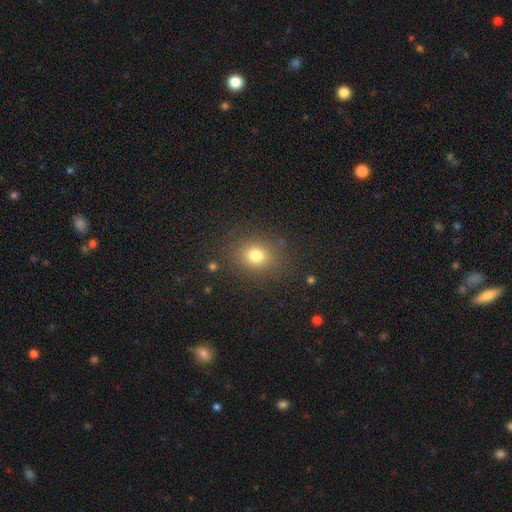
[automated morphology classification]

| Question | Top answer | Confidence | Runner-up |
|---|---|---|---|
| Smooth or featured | smooth | 77% | star or artifact (15%) |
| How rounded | round | 66% | in between (33%) |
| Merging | none | 84% | minor disturbance (10%) |